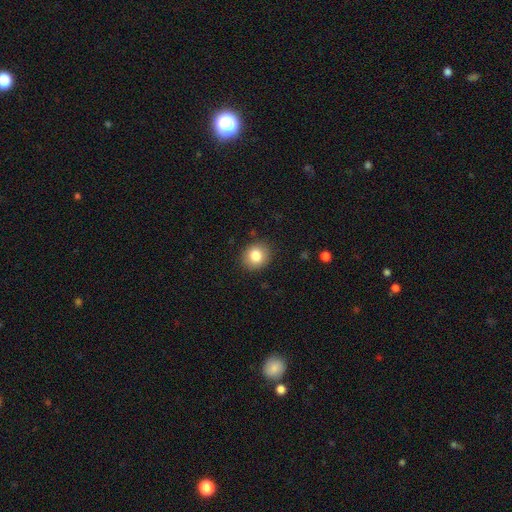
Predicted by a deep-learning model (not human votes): Smooth or featured? Predicted: smooth (p=0.82). How rounded? Predicted: round (p=0.78). Merging? Predicted: none (p=0.89).